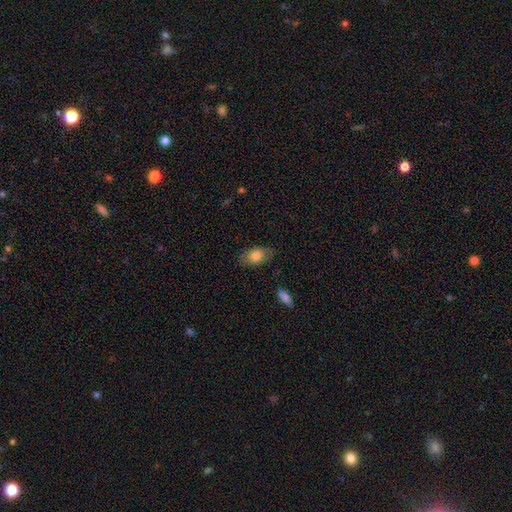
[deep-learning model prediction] Smooth or featured? Predicted: smooth (p=0.75). How rounded? Predicted: in between (p=0.90). Merging? Predicted: none (p=0.78).